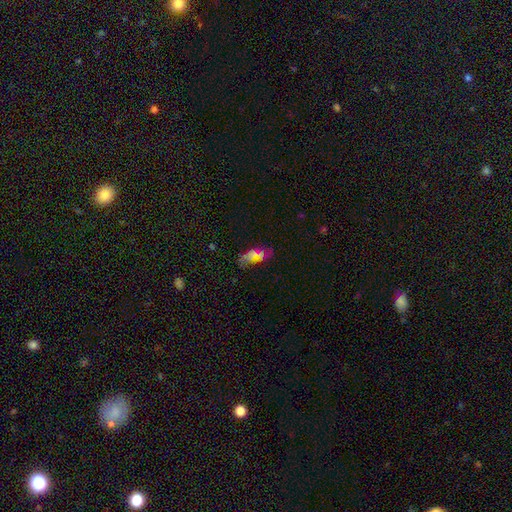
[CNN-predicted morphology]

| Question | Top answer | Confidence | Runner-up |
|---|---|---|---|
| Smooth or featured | smooth | 53% | featured or disk (24%) |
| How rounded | in between | 84% | cigar-shaped (12%) |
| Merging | none | 66% | minor disturbance (21%) |